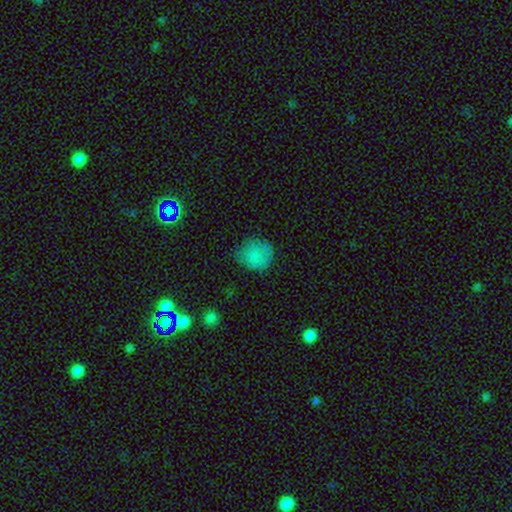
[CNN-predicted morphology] The model was most divided on "merging": none: 64%, minor disturbance: 27%, major disturbance: 7%, merger: 2%. More confident: how rounded — round (83%); smooth or featured — smooth (81%).